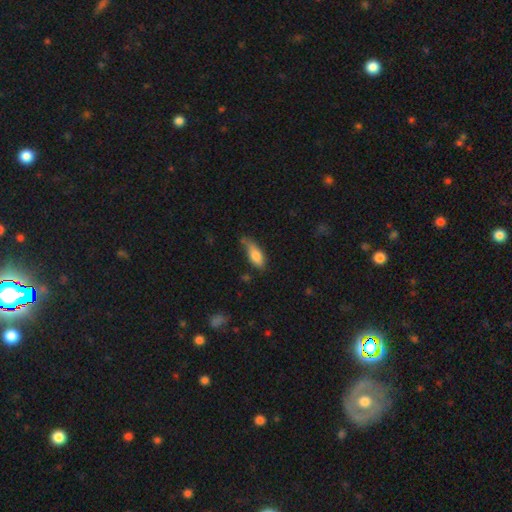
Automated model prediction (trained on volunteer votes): smooth_or_featured: smooth (p=0.78) [alt: featured or disk p=0.16]
how_rounded: in between (p=0.73) [alt: cigar-shaped p=0.25]
merging: none (p=0.49) [alt: minor disturbance p=0.36]